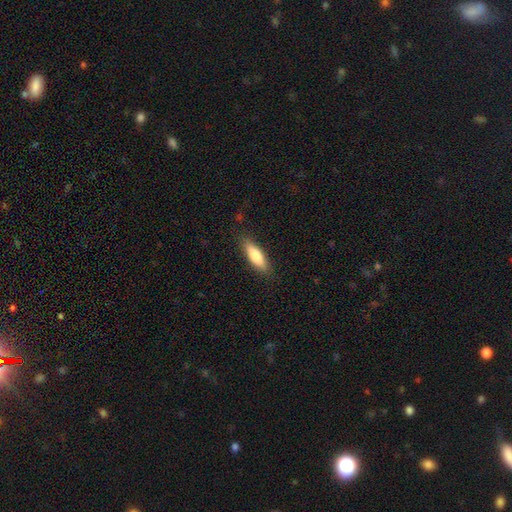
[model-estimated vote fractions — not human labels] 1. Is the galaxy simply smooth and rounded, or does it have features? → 75% smooth, 19% featured or disk, 6% star or artifact.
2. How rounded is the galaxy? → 50% cigar-shaped, 48% in between, 2% round.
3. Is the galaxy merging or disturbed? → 85% none, 11% minor disturbance, 2% major disturbance, 1% merger.